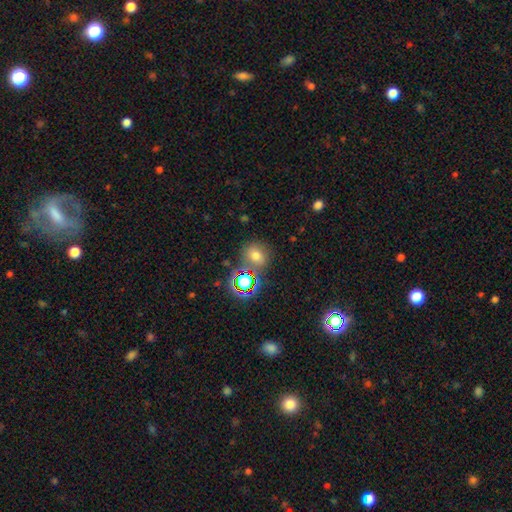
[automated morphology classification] This is likely a smooth galaxy (65%). How rounded: likely round (69%). Merging: likely none (74%).